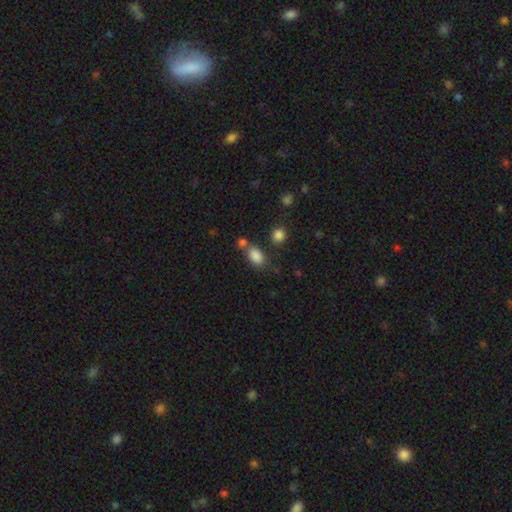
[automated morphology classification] smooth-or-featured: smooth: 84% | star or artifact: 10% | featured or disk: 6%
  how-rounded: in between: 83% | round: 15% | cigar-shaped: 2%
  merging: none: 59% | merger: 20% | minor disturbance: 15% | major disturbance: 5%